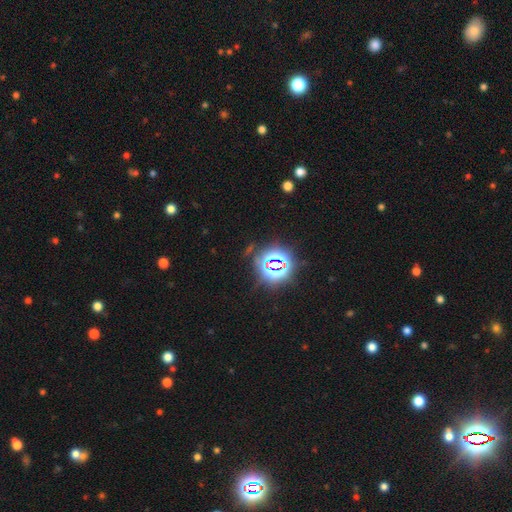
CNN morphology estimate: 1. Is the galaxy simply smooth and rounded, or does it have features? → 80% star or artifact, 12% smooth, 8% featured or disk.